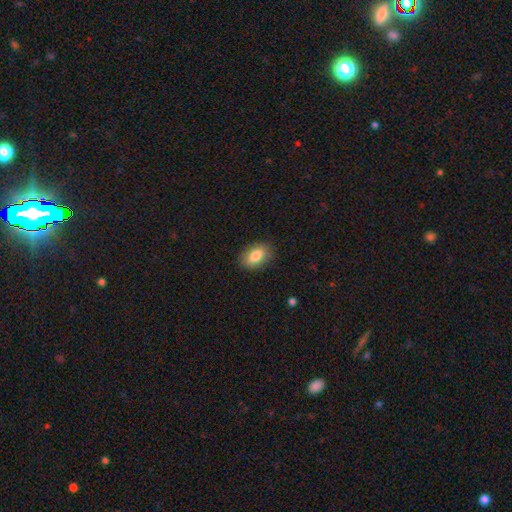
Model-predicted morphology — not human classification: smooth-or-featured: smooth: 82% | featured or disk: 11% | star or artifact: 7%
  how-rounded: in between: 87% | round: 11% | cigar-shaped: 2%
  merging: none: 86% | minor disturbance: 11% | major disturbance: 3% | merger: 1%